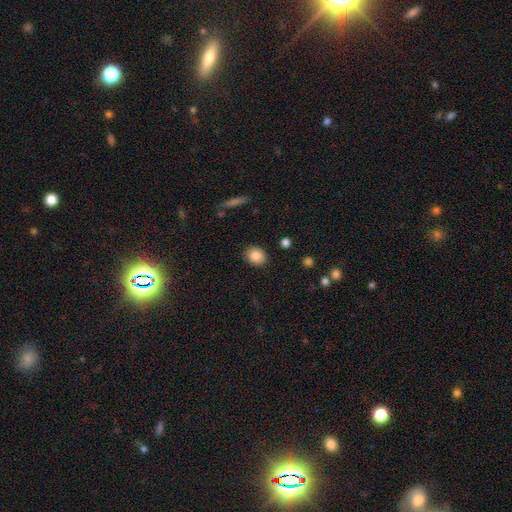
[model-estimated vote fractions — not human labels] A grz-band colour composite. It shows a smooth galaxy with no disk features (86%) that is round (56%). Merging: none (88%).